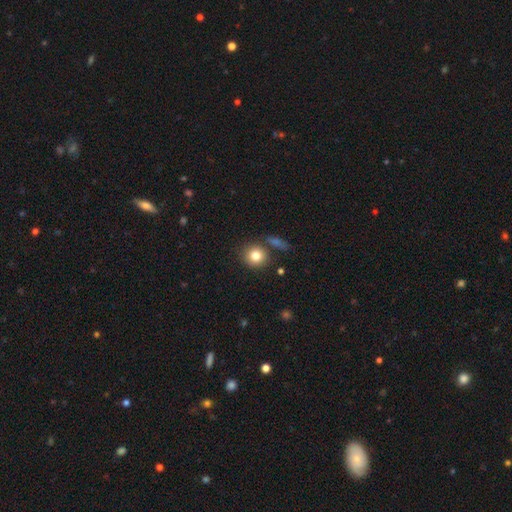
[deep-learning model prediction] smooth-or-featured: smooth: 81% | star or artifact: 10% | featured or disk: 9%
  how-rounded: round: 85% | in between: 14% | cigar-shaped: 1%
  merging: none: 77% | minor disturbance: 10% | merger: 10% | major disturbance: 3%